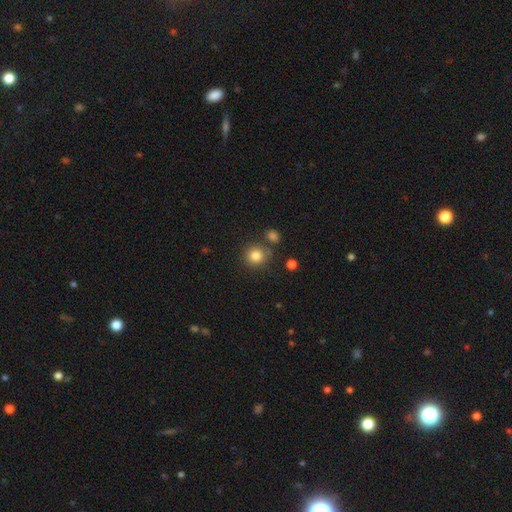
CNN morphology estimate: A smooth galaxy with no disk features (83%) that is round (90%). Merging: none (78%).